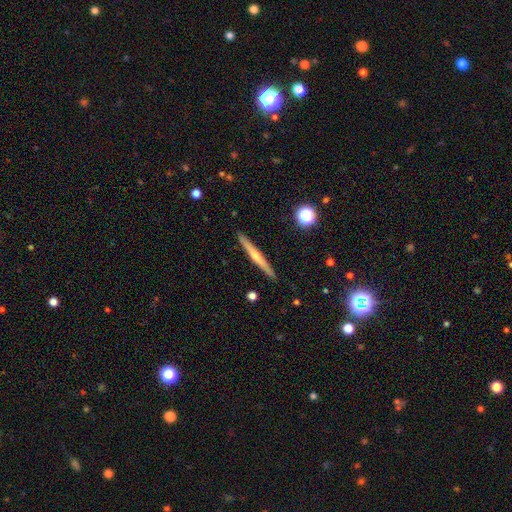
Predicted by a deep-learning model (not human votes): smooth-or-featured: featured or disk: 66% | smooth: 27% | star or artifact: 7%
  disk-edge-on: yes: 98% | no: 2%
    edge-on-bulge: rounded: 75% | none: 21% | boxy: 4%
  merging: none: 92% | minor disturbance: 6% | major disturbance: 1% | merger: 1%